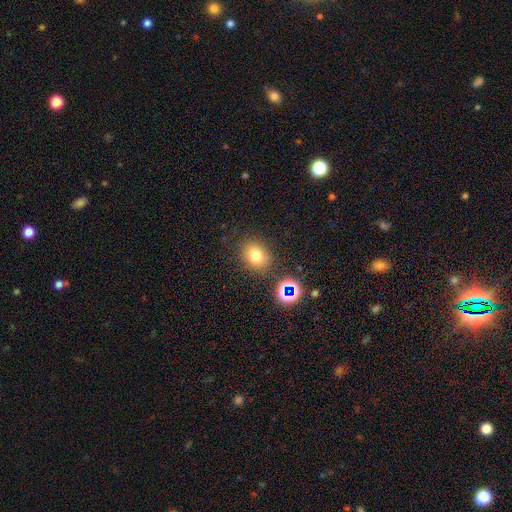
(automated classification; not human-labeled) This appears to be a smooth galaxy with no disk features (73%) that is round (61%). Merging: none (81%).